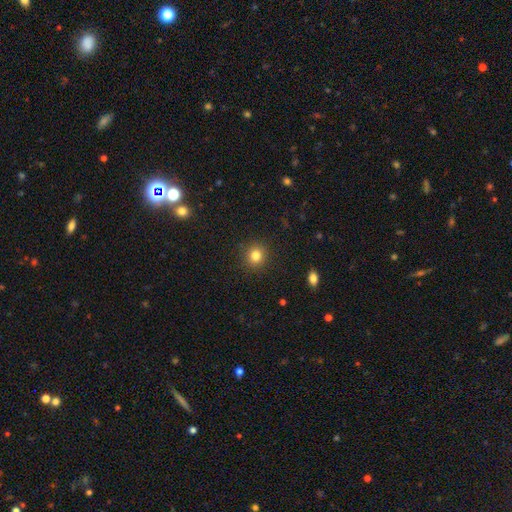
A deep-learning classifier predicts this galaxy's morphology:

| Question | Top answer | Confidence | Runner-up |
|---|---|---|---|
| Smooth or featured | smooth | 82% | star or artifact (12%) |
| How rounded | round | 89% | in between (10%) |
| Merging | none | 91% | minor disturbance (6%) |